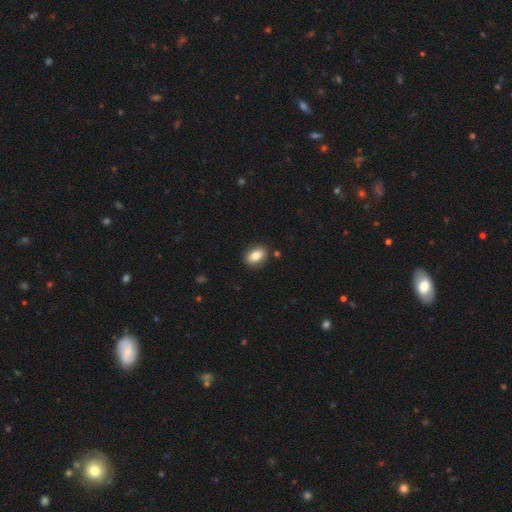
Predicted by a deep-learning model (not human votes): This appears to be a smooth galaxy with no disk features (81%) that is in between round and cigar-shaped (75%). Merging: none (87%).